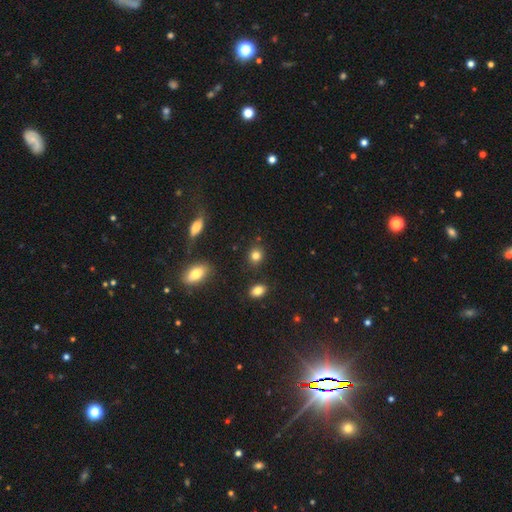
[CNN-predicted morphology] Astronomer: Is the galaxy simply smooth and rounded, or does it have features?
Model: smooth — 83%.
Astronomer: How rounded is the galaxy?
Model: round — 78%.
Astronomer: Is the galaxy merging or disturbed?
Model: none — 87%.